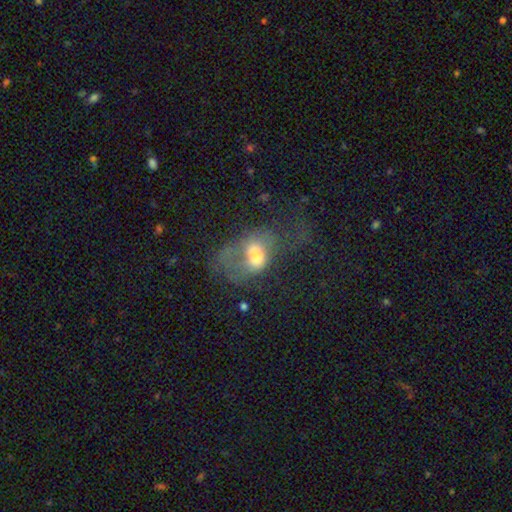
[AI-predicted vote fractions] Smooth or featured? Predicted: smooth (p=0.47). Merging? Predicted: major disturbance (p=0.58).